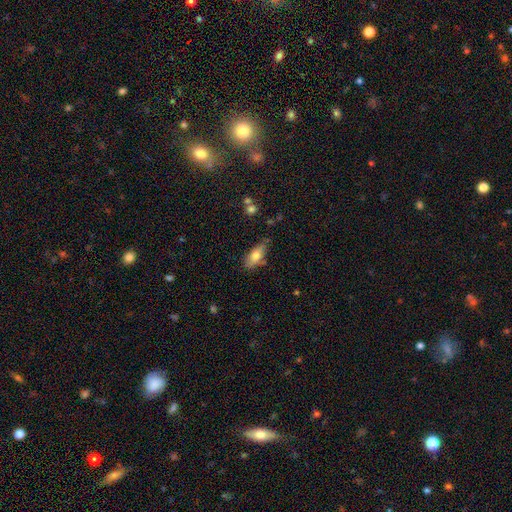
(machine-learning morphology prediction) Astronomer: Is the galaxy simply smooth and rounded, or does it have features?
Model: smooth — 72%.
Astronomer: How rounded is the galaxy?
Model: in between — 77%.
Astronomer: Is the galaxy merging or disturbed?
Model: none — 66%.